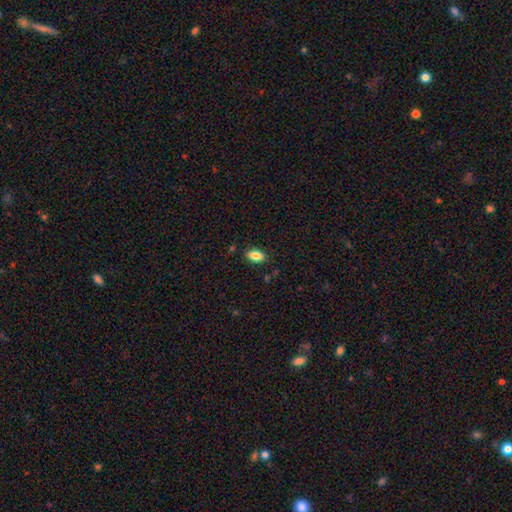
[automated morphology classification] Smooth or featured? smooth (85%)
How rounded? in between (90%)
Merging? none (86%)